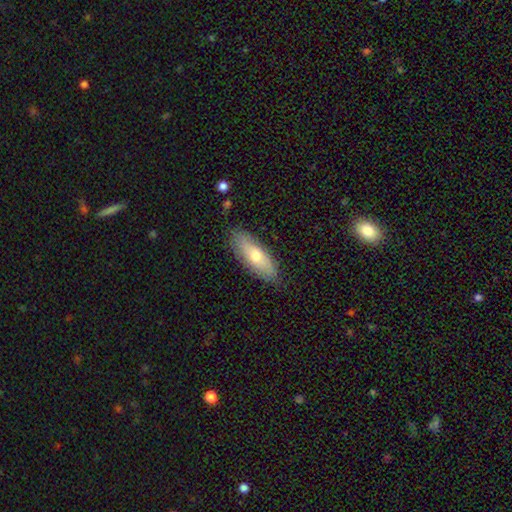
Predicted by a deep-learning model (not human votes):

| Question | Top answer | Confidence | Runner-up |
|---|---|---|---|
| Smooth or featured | smooth | 67% | featured or disk (27%) |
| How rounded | in between | 60% | cigar-shaped (37%) |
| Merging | none | 82% | minor disturbance (14%) |